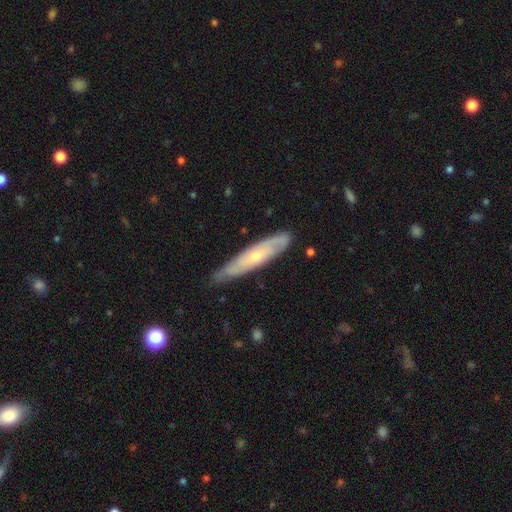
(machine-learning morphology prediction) Q: Smooth or featured?
A: featured or disk (57%); runner-up: smooth (38%)
Q: Edge-on disk?
A: yes (51%); runner-up: no (49%)
Q: Merging?
A: none (75%); runner-up: minor disturbance (21%)